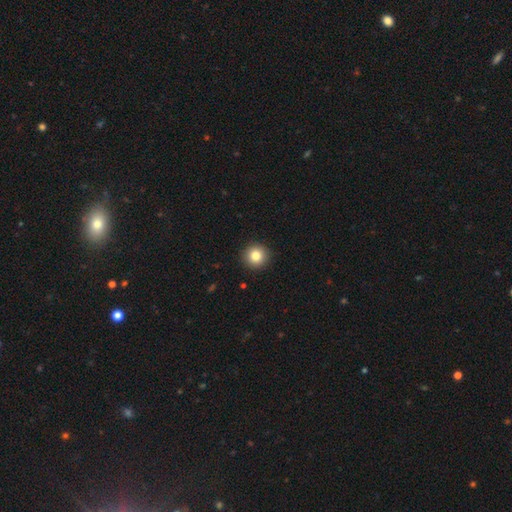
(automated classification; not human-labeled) smooth 84%, star or artifact 10%, featured or disk 6%. Down the decision tree: how rounded — round (95%); merging — none (93%).